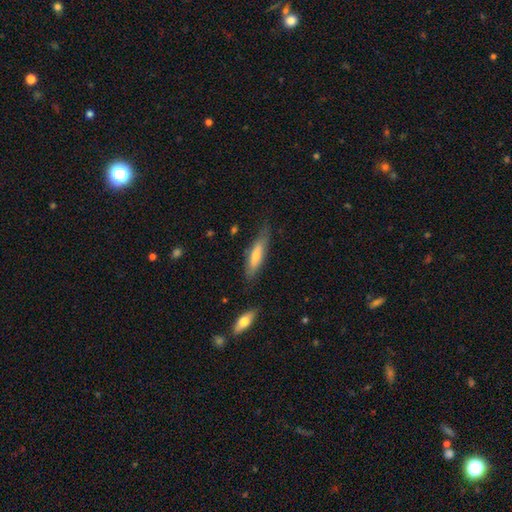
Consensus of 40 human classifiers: Smooth or featured? smooth (62%)
How rounded? cigar-shaped (72%)
Merging? none (56%)